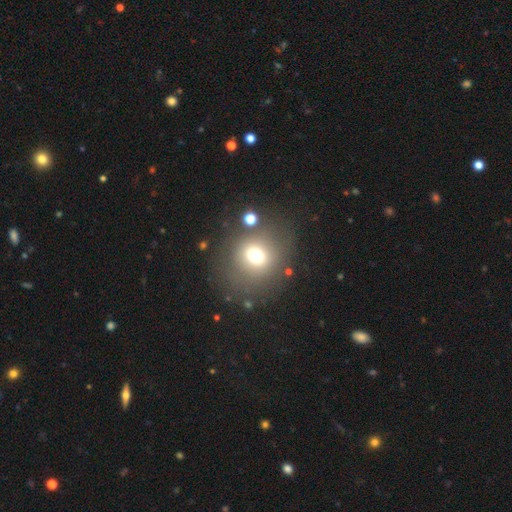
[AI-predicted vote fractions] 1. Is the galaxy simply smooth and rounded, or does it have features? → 68% smooth, 18% star or artifact, 14% featured or disk.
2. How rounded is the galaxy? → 82% round, 17% in between, 1% cigar-shaped.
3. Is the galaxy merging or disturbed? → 73% none, 12% minor disturbance, 8% major disturbance, 7% merger.